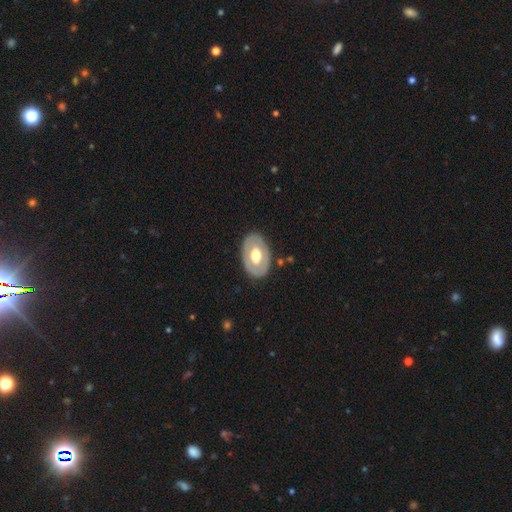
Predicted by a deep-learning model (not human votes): Smooth or featured? Predicted: featured or disk (p=0.52). Edge-on disk? Predicted: no (p=0.90). Merging? Predicted: none (p=0.83).